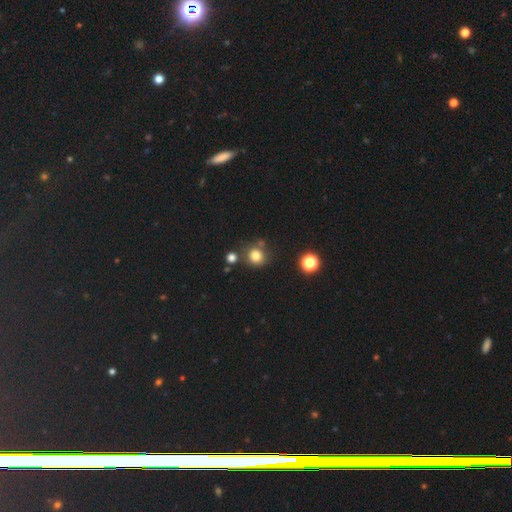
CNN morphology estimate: A smooth galaxy with no disk features (79%) that is round (86%).

Vote fractions:
- Smooth or featured? smooth: 79% / star or artifact: 15% / featured or disk: 6%
- How rounded? round: 86% / in between: 14% / cigar-shaped: 1%
- Merging? none: 74% / merger: 12% / minor disturbance: 11% / major disturbance: 4%